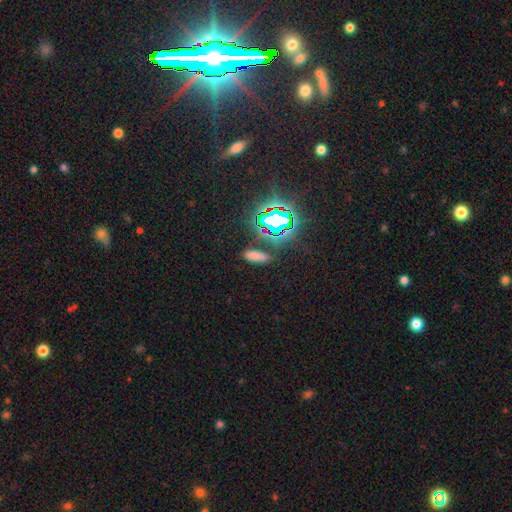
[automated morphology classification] This is likely a smooth galaxy (60%). How rounded: likely in between (68%). Merging: clearly none (82%).